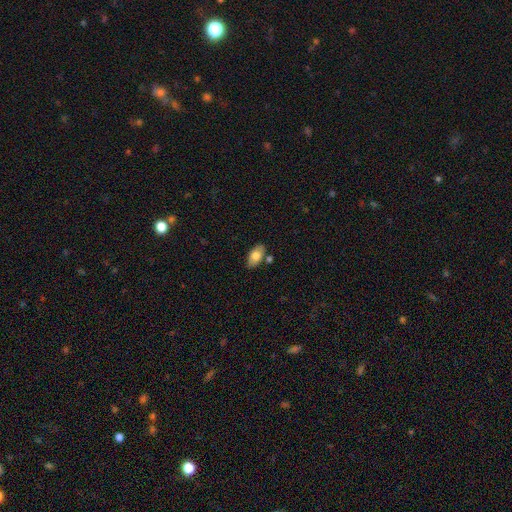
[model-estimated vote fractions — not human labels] smooth-or-featured: smooth: 77% | featured or disk: 16% | star or artifact: 7%
  how-rounded: in between: 93% | round: 3% | cigar-shaped: 3%
  merging: none: 77% | minor disturbance: 13% | merger: 7% | major disturbance: 3%